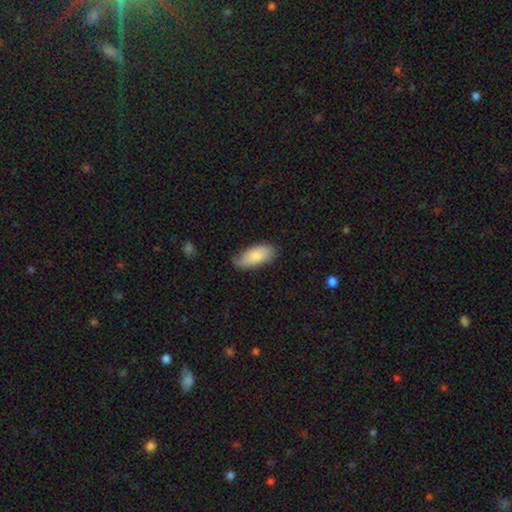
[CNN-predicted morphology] Smooth or featured?
  - smooth: 79% *
  - featured or disk: 15%
  - star or artifact: 6%
How rounded?
  - in between: 90% *
  - cigar-shaped: 8%
  - round: 2%
Merging?
  - none: 63% *
  - minor disturbance: 29%
  - major disturbance: 6%
  - merger: 2%